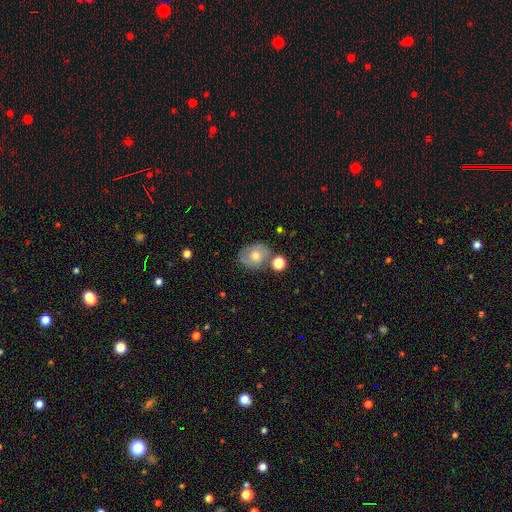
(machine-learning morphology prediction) The model was most divided on "how rounded": round: 51%, in between: 48%, cigar-shaped: 1%. More confident: merging — none (64%); smooth or featured — smooth (52%).